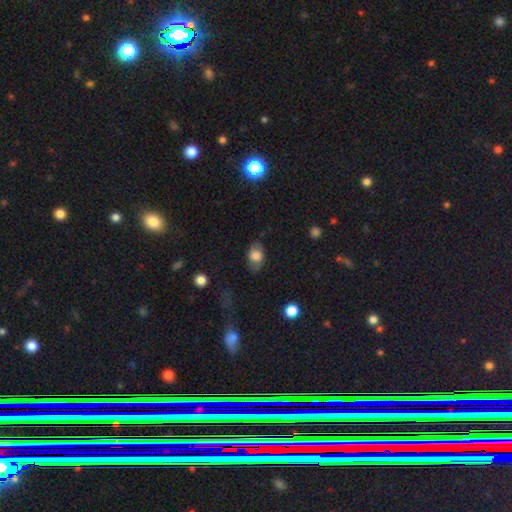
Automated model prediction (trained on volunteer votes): This is likely a smooth galaxy (72%). How rounded: clearly in between (82%). Merging: likely none (75%).